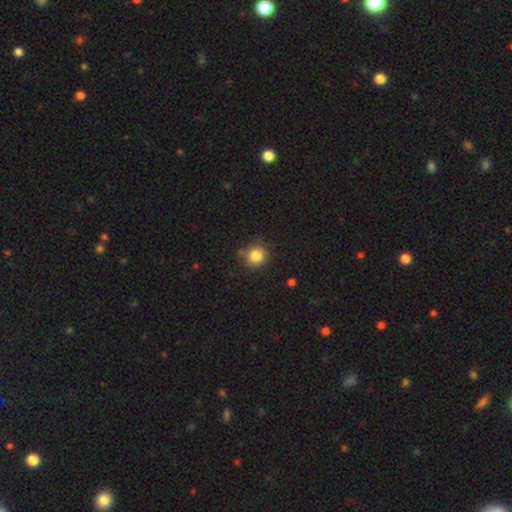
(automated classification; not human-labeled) Smooth or featured? smooth (83%)
How rounded? round (90%)
Merging? none (80%)